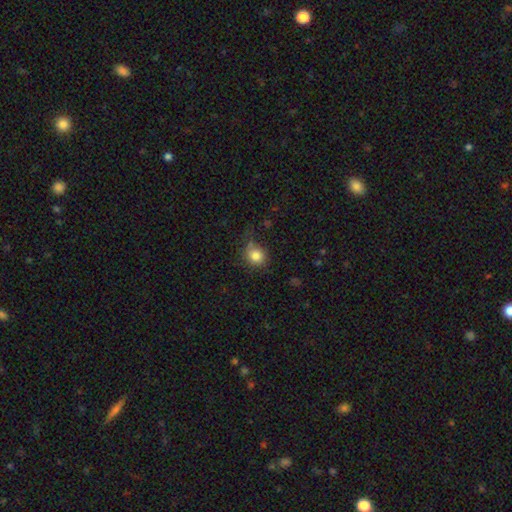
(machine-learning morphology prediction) type=smooth (82%); roundness=round (74%); merging=none (66%).